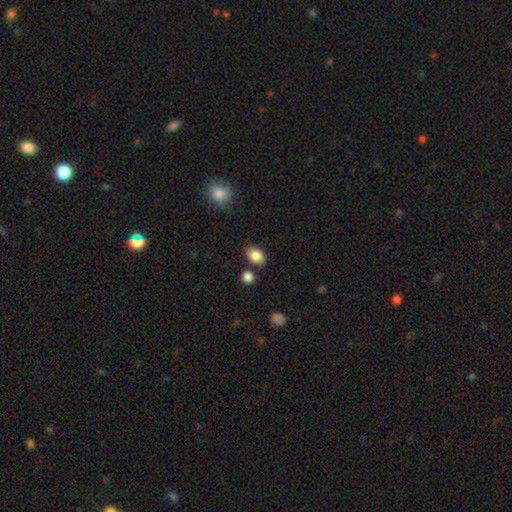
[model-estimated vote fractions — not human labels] Smooth or featured: smooth — 86% (star or artifact — 9%)
How rounded: in between — 72% (round — 27%)
Merging: none — 76% (minor disturbance — 13%)